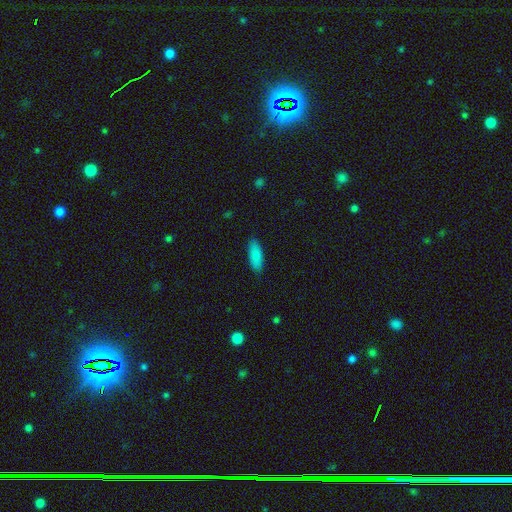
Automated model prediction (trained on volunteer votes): The model was most divided on "how rounded": in between: 68%, cigar-shaped: 30%, round: 2%. More confident: smooth or featured — smooth (88%); merging — none (87%).